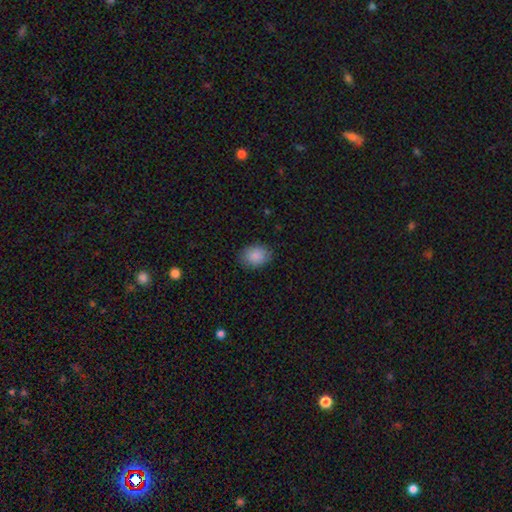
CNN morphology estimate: A smooth galaxy with no disk features (88%) that is in between round and cigar-shaped (61%).

Vote fractions:
- Smooth or featured? smooth: 88% / star or artifact: 8% / featured or disk: 4%
- How rounded? in between: 61% / round: 38% / cigar-shaped: 1%
- Merging? none: 84% / minor disturbance: 12% / major disturbance: 3% / merger: 1%